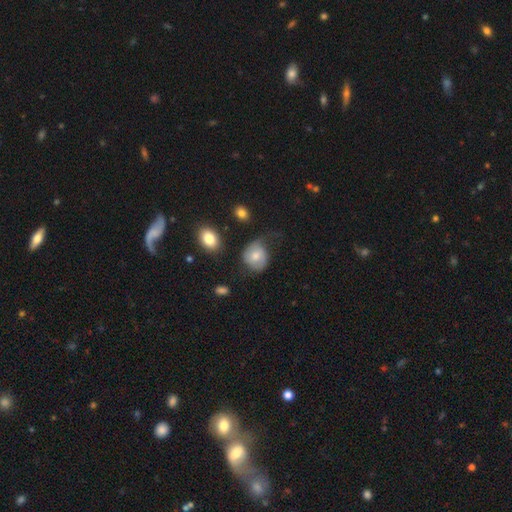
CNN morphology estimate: Overall: smooth (61%; featured or disk 31%). How rounded: round (65%; in between 34%). Merging: none (42%; minor disturbance 31%).